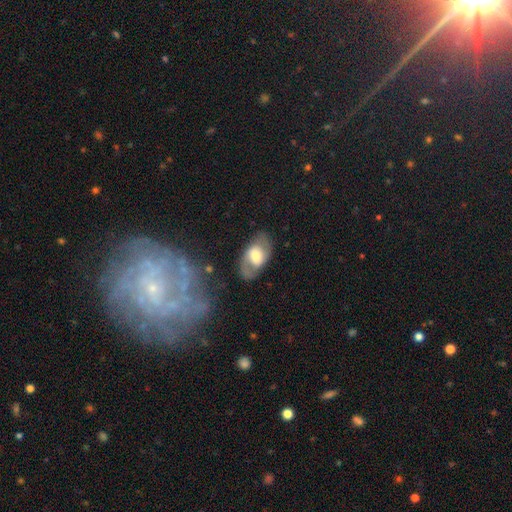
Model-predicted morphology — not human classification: smooth-or-featured: featured or disk: 59% | smooth: 35% | star or artifact: 7%
  disk-edge-on: no: 93% | yes: 7%
    bar: no: 43% | weak: 40% | strong: 17%
    has-spiral-arms: yes: 72% | no: 28%
    bulge-size: moderate: 53% | large: 29% | small: 13% | dominant: 3% | none: 2%
  merging: none: 74% | minor disturbance: 17% | major disturbance: 7% | merger: 2%